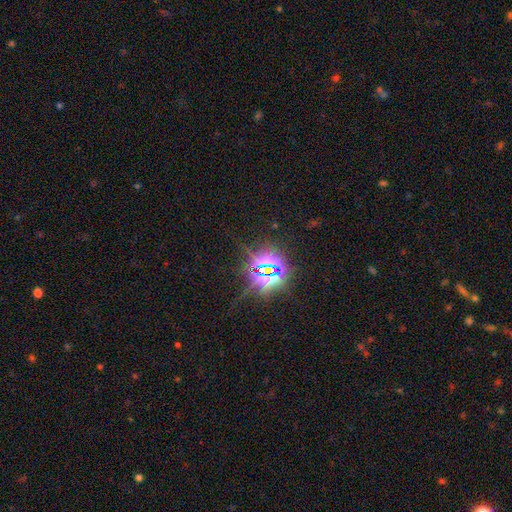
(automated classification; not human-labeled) Morphology: type=star or artifact (82%).